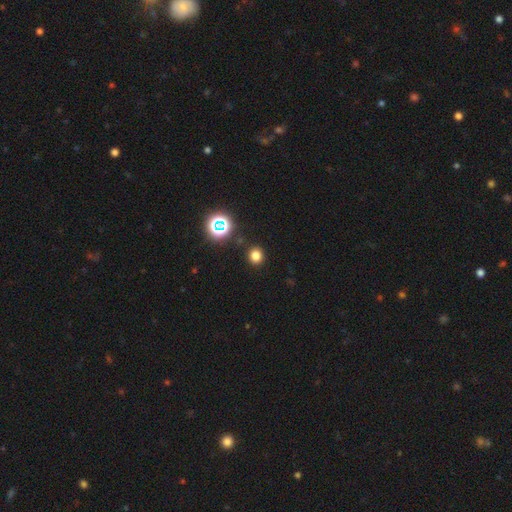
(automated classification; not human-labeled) This appears to be a smooth galaxy with no disk features (76%) that is round (81%). Merging: none (89%).